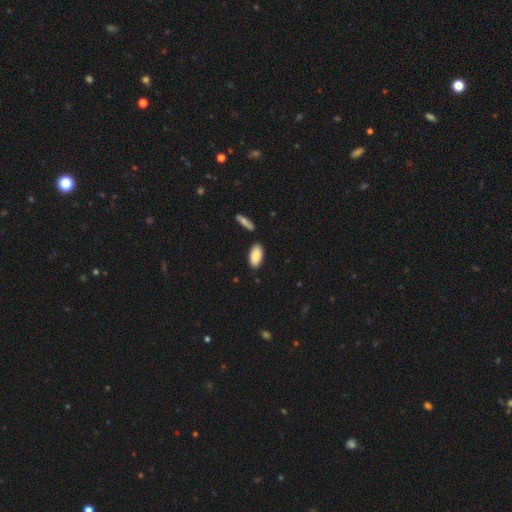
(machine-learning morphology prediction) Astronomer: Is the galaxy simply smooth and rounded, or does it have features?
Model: smooth — 89%.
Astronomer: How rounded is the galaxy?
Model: in between — 90%.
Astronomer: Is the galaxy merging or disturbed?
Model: none — 84%.